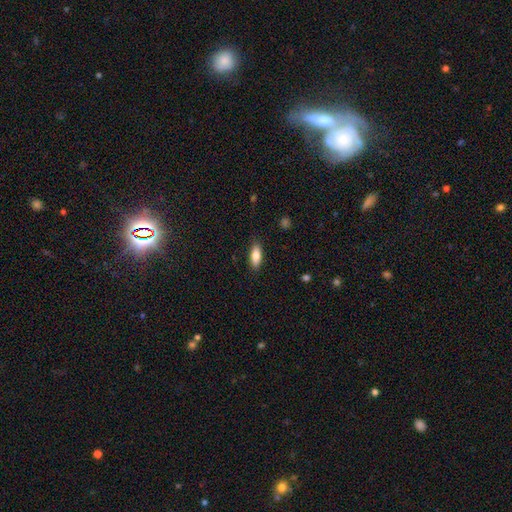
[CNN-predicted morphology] This appears to be a smooth galaxy with no disk features (80%) that is in between round and cigar-shaped (70%). Merging: none (86%).